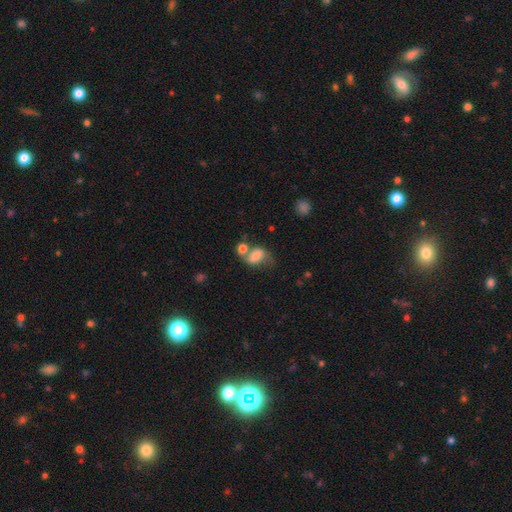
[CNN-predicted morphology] This appears to be a smooth galaxy with no disk features (70%) that is in between round and cigar-shaped (77%). Merging: merger (36%).